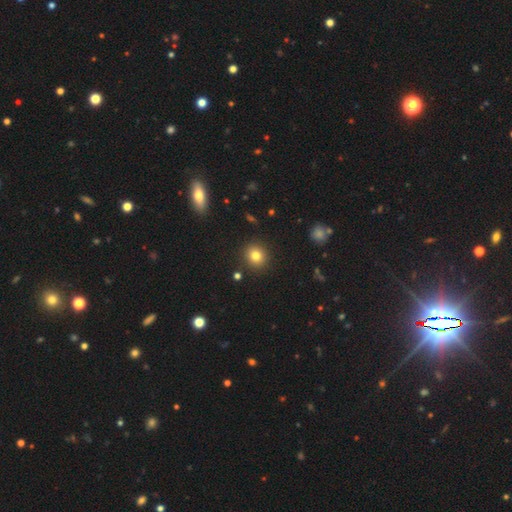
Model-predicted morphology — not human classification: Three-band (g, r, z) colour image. It shows a smooth galaxy with no disk features (81%) that is round (86%). Merging: none (91%).